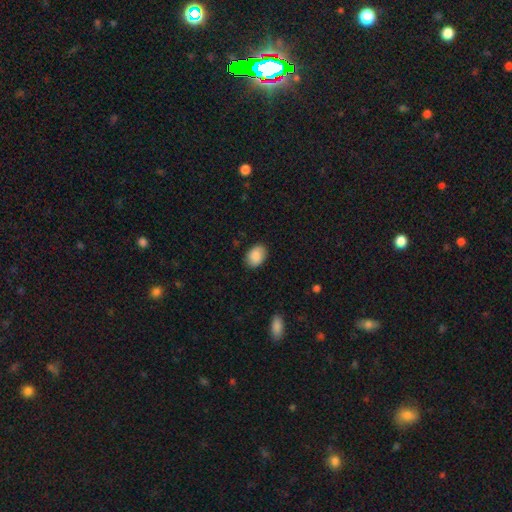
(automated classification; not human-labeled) The model was most divided on "how rounded": in between: 82%, round: 17%, cigar-shaped: 1%. More confident: merging — none (87%); smooth or featured — smooth (86%).